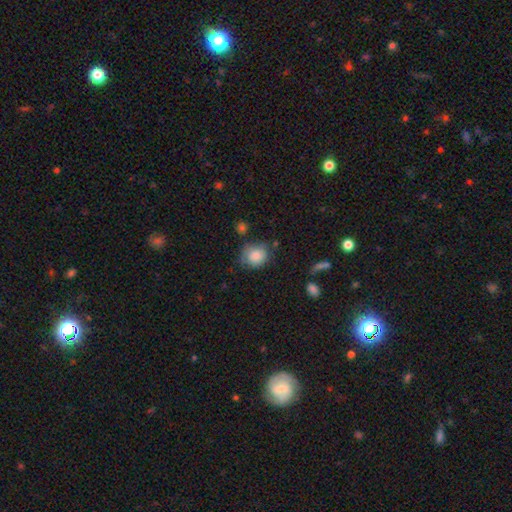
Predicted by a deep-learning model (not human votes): Q: Smooth or featured?
A: smooth (83%); runner-up: featured or disk (9%)
Q: How rounded?
A: round (73%); runner-up: in between (27%)
Q: Merging?
A: none (63%); runner-up: minor disturbance (26%)